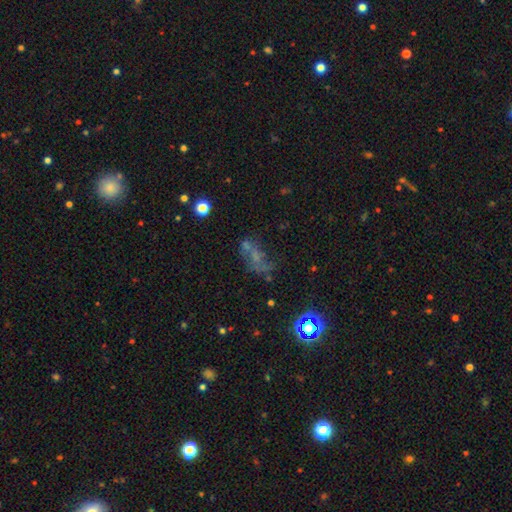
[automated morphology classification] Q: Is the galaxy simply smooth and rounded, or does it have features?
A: featured or disk — 36%.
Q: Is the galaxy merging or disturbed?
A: none — 35%.